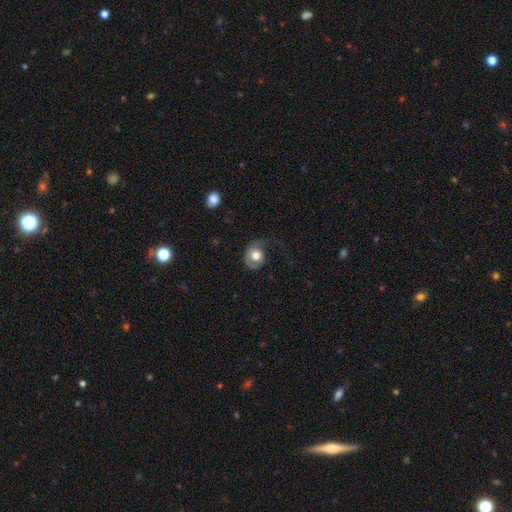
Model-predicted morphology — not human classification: The model was most divided on "merging": none: 36%, major disturbance: 35%, minor disturbance: 27%, merger: 2%. More confident: how rounded — round (63%); smooth or featured — smooth (60%).